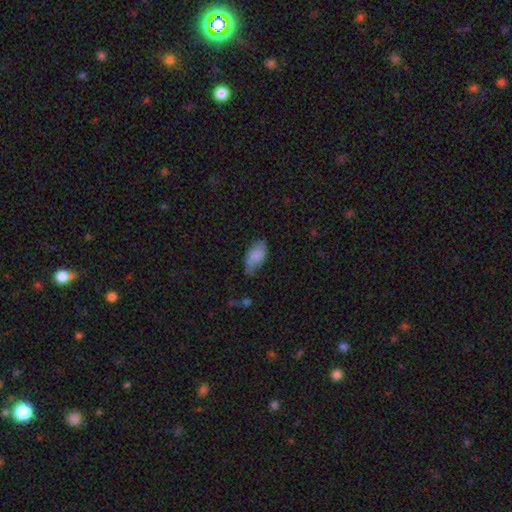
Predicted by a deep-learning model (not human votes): Morphology: type=smooth (77%); roundness=in between (94%); merging=none (58%).